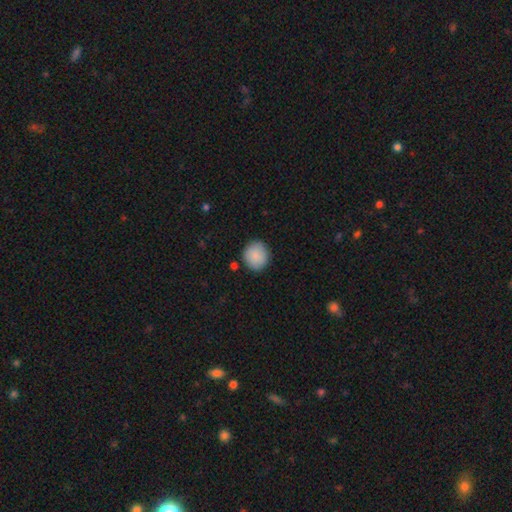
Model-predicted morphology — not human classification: This appears to be a smooth galaxy with no disk features (89%) that is round (87%). Merging: none (87%).